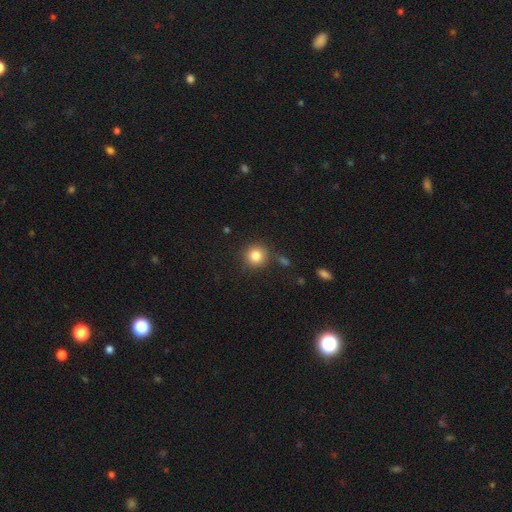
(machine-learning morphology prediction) smooth_or_featured: smooth (p=0.83) [alt: star or artifact p=0.11]
how_rounded: round (p=0.93) [alt: in between p=0.06]
merging: none (p=0.84) [alt: minor disturbance p=0.09]